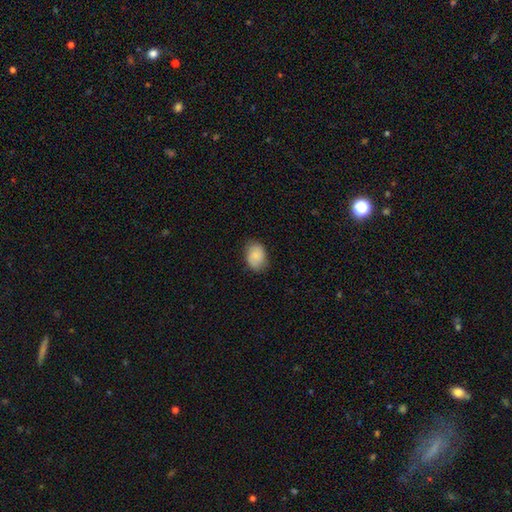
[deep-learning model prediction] Smooth or featured: smooth — 84% (featured or disk — 9%)
How rounded: in between — 72% (round — 27%)
Merging: none — 77% (minor disturbance — 18%)